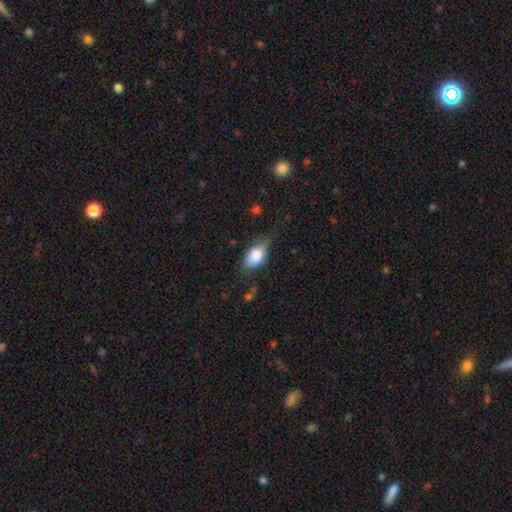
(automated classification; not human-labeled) smooth 70%, featured or disk 22%, star or artifact 8%. Down the decision tree: how rounded — in between (83%); merging — none (55%).